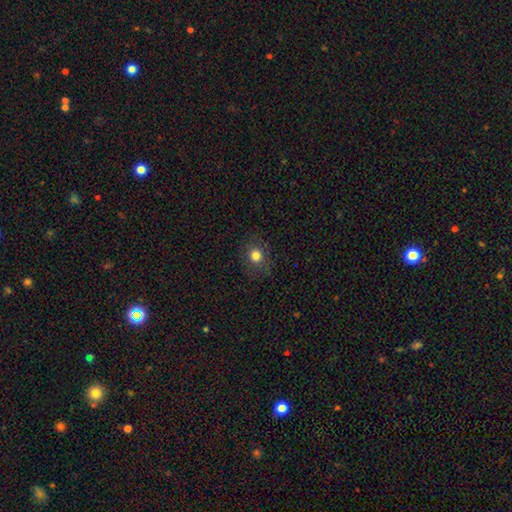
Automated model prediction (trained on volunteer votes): Smooth or featured? smooth (78%)
How rounded? round (76%)
Merging? none (84%)